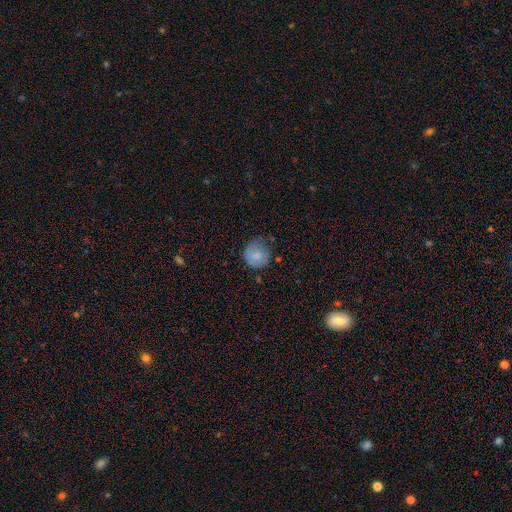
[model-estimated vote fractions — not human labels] Overall: smooth (76%). How rounded: round (87%). Merging: none (55%; minor disturbance 31%).